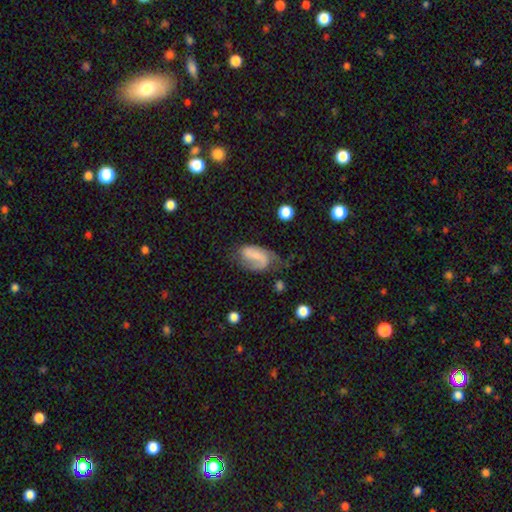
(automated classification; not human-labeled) Smooth or featured?
  - featured or disk: 59% *
  - smooth: 33%
  - star or artifact: 8%
Edge-on disk?
  - no: 96% *
  - yes: 4%
Bar?
  - weak: 39% *
  - no: 37%
  - strong: 24%
Spiral arms?
  - yes: 86% *
  - no: 14%
Bulge size?
  - none: 41% *
  - small: 37%
  - moderate: 15%
  - large: 5%
  - dominant: 2%
Merging?
  - none: 43% *
  - minor disturbance: 28%
  - major disturbance: 25%
  - merger: 3%